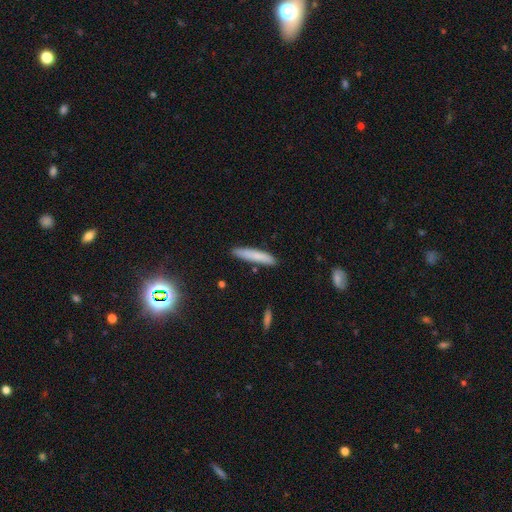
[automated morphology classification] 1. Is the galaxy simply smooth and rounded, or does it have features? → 79% smooth, 14% featured or disk, 7% star or artifact.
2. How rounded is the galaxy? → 92% cigar-shaped, 7% in between, 1% round.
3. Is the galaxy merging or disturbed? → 87% none, 9% minor disturbance, 2% merger, 2% major disturbance.